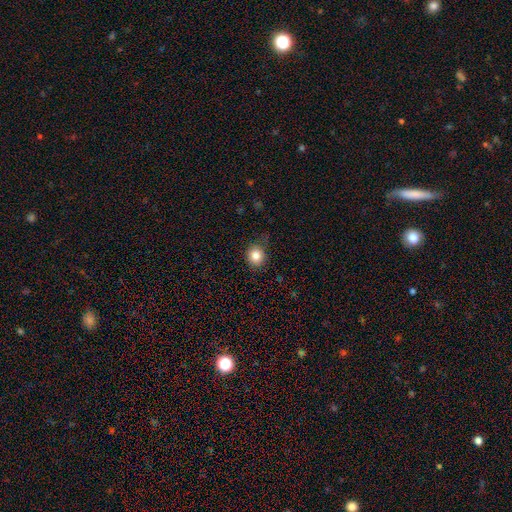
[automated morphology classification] This appears to be a smooth galaxy with no disk features (83%) that is round (77%). Merging: none (74%).